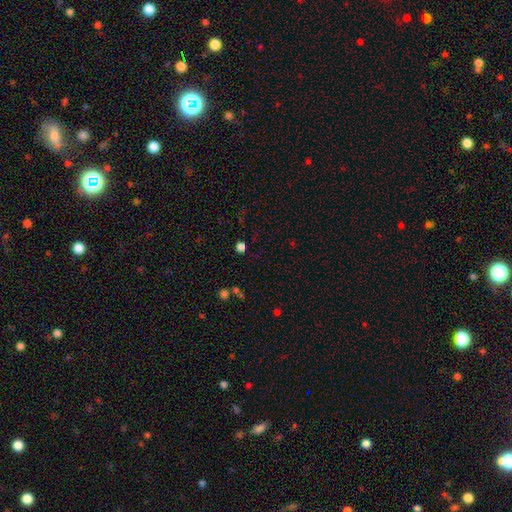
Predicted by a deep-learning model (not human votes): Overall: smooth (52%; star or artifact 42%). How rounded: round (77%). Merging: none (76%).